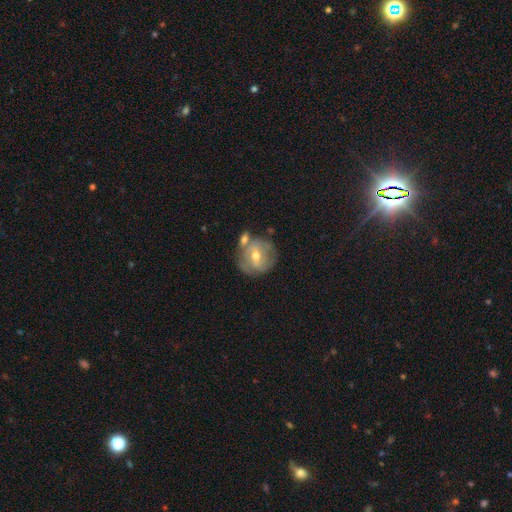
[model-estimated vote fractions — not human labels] Overall: featured or disk (59%; smooth 34%). Edge-on disk: no (96%). Bar: weak (44%; no 42%). Spiral arms: yes (60%; no 40%). Bulge size: moderate (70%). Merging: none (55%; merger 20%).